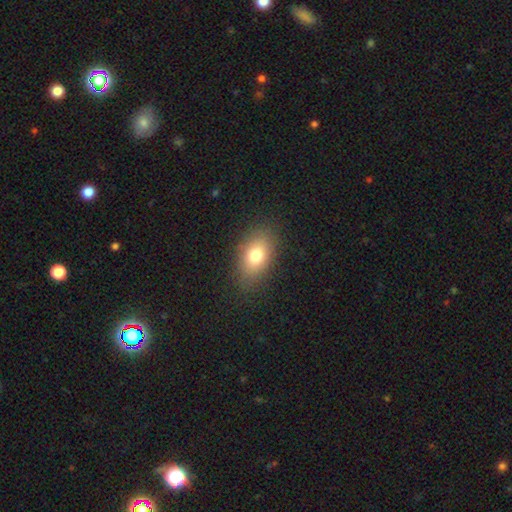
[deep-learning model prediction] A smooth galaxy with no disk features (77%) that is in between round and cigar-shaped (84%). Merging: none (83%).